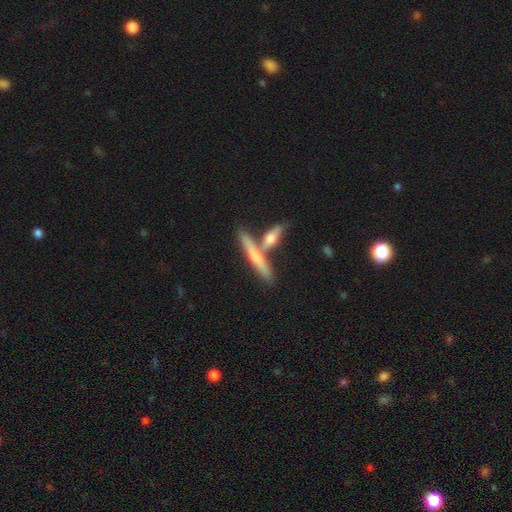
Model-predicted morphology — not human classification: A smooth galaxy with no disk features (53%) that is cigar-shaped (88%).

Vote fractions:
- Smooth or featured? smooth: 53% / featured or disk: 41% / star or artifact: 6%
- How rounded? cigar-shaped: 88% / in between: 9% / round: 3%
- Merging? none: 59% / merger: 28% / minor disturbance: 10% / major disturbance: 3%